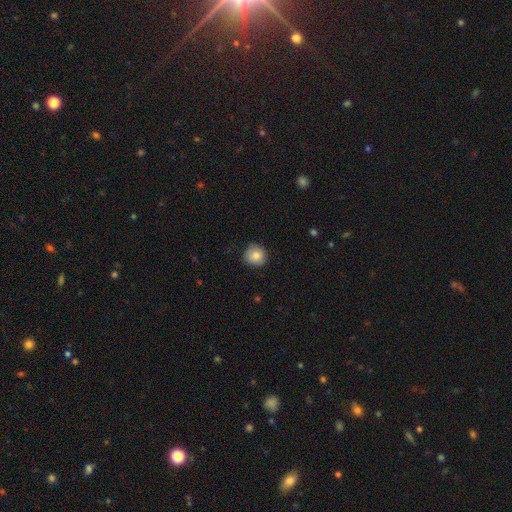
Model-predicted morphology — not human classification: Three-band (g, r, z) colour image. It shows a smooth galaxy with no disk features (81%) that is round (90%). Merging: none (80%).